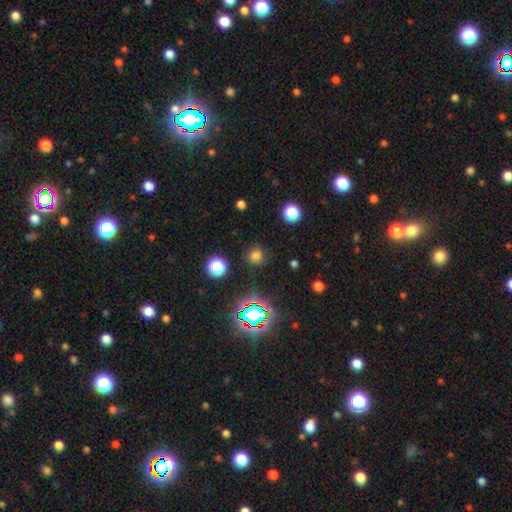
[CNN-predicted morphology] Smooth or featured: smooth — 68% (star or artifact — 26%)
How rounded: round — 89% (in between — 10%)
Merging: none — 86% (minor disturbance — 8%)